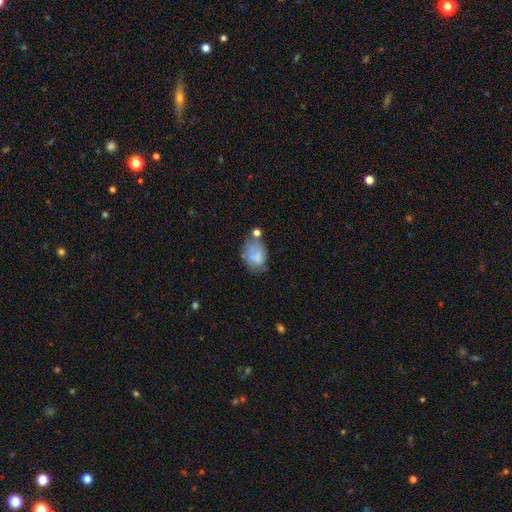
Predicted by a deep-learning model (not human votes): Overall: smooth (66%). How rounded: in between (79%). Merging: none (39%; minor disturbance 28%).